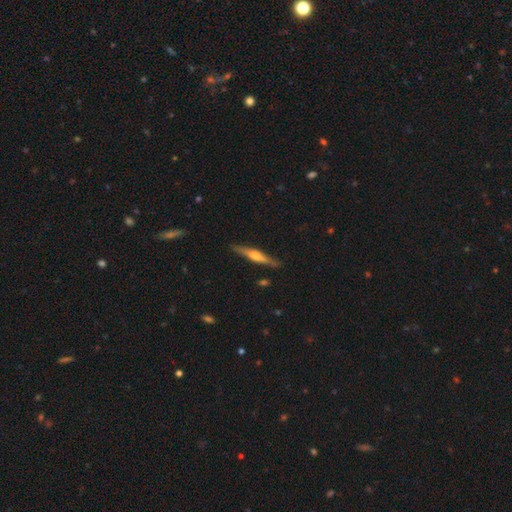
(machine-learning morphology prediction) Smooth or featured? featured or disk (66%)
Edge-on disk? yes (97%)
Edge-on bulge? rounded (88%)
Merging? none (88%)